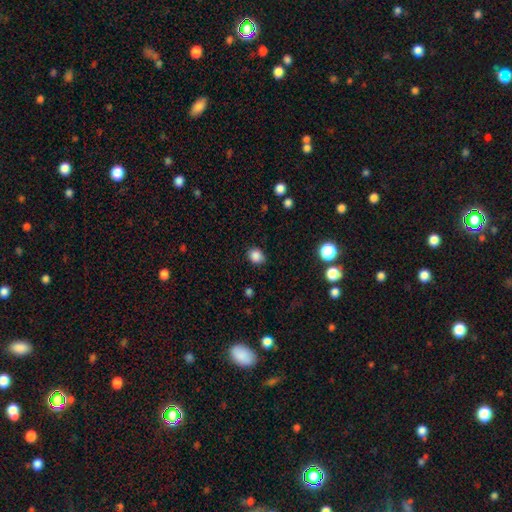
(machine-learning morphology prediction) smooth-or-featured: smooth: 85% | star or artifact: 11% | featured or disk: 4%
  how-rounded: round: 61% | in between: 38% | cigar-shaped: 1%
  merging: none: 79% | minor disturbance: 16% | major disturbance: 4% | merger: 2%